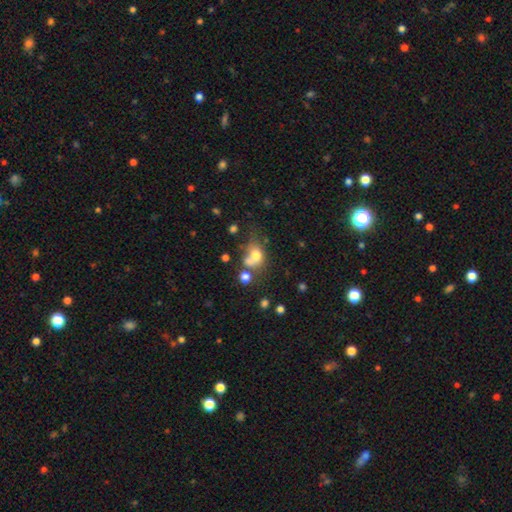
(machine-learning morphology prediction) This appears to be a smooth galaxy with no disk features (70%) that is in between round and cigar-shaped (51%). Merging: merger (41%).